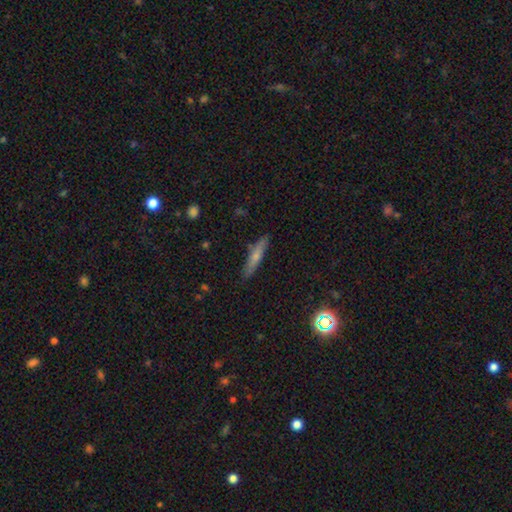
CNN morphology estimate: smooth_or_featured: smooth (p=0.59) [alt: featured or disk p=0.33]
how_rounded: cigar-shaped (p=0.89) [alt: in between p=0.09]
merging: none (p=0.87) [alt: minor disturbance p=0.09]